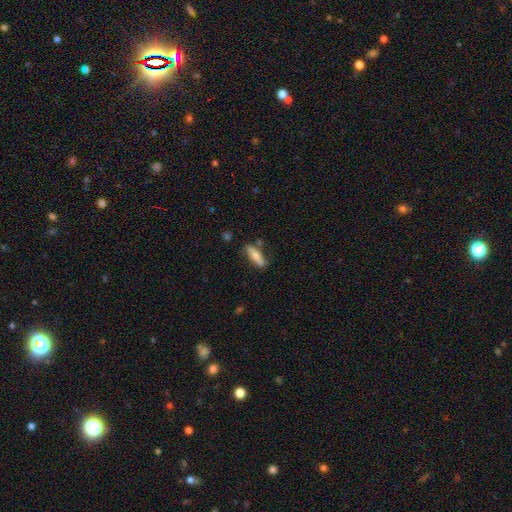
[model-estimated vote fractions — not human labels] A smooth galaxy with no disk features (63%) that is cigar-shaped (61%). Merging: none (76%).